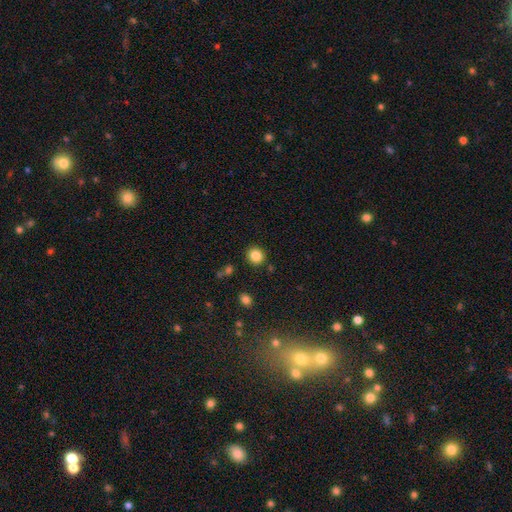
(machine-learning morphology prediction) A smooth galaxy with no disk features (85%) that is round (86%).

Vote fractions:
- Smooth or featured? smooth: 85% / star or artifact: 10% / featured or disk: 5%
- How rounded? round: 86% / in between: 13% / cigar-shaped: 1%
- Merging? none: 88% / minor disturbance: 7% / merger: 3% / major disturbance: 2%